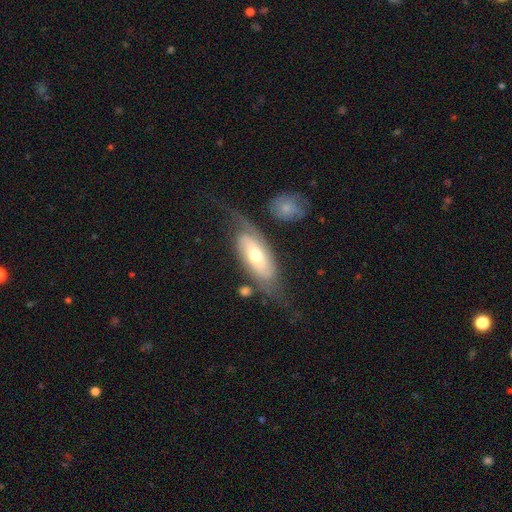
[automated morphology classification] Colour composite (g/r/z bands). It shows a featured or disk galaxy (64%) with no bar (62%), spiral arms (79%) and a moderate central bulge (62%). Merging: none (49%).